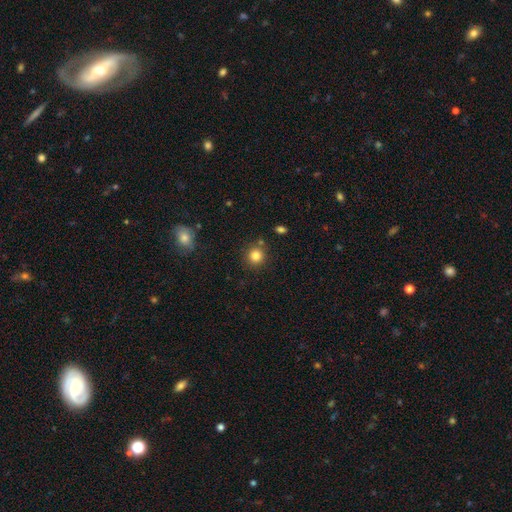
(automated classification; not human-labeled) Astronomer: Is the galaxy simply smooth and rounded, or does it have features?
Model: smooth — 83%.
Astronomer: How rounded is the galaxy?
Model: round — 91%.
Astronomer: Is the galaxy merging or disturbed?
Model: none — 82%.